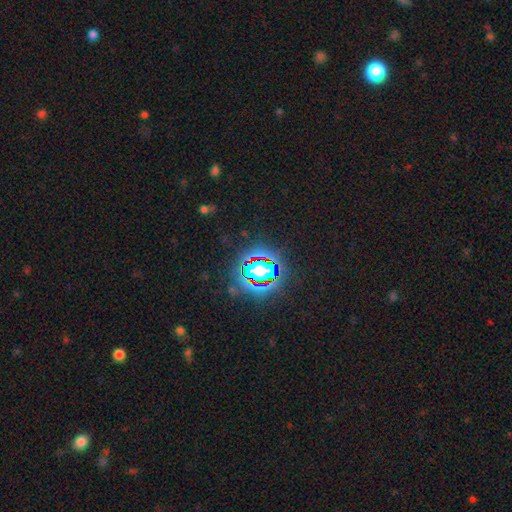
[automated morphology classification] smooth_or_featured: star or artifact (p=0.79) [alt: smooth p=0.12]